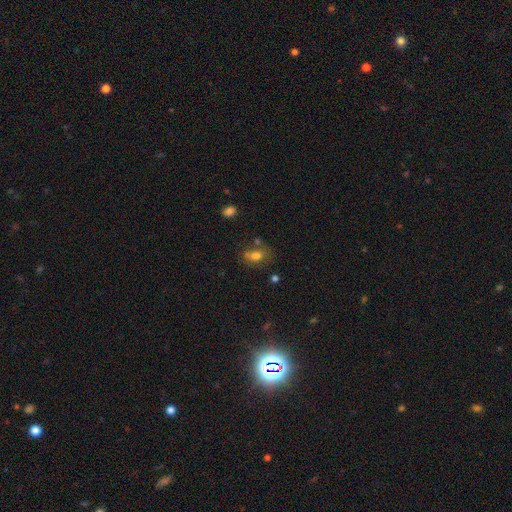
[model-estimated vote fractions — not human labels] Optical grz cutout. It shows a smooth galaxy with no disk features (71%) that is in between round and cigar-shaped (72%). Merging: none (48%).